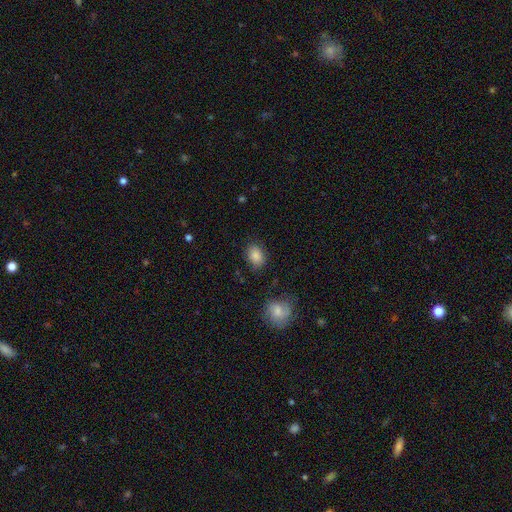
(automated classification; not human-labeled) Smooth or featured: smooth — 85% (star or artifact — 8%)
How rounded: in between — 67% (round — 32%)
Merging: none — 82% (minor disturbance — 12%)